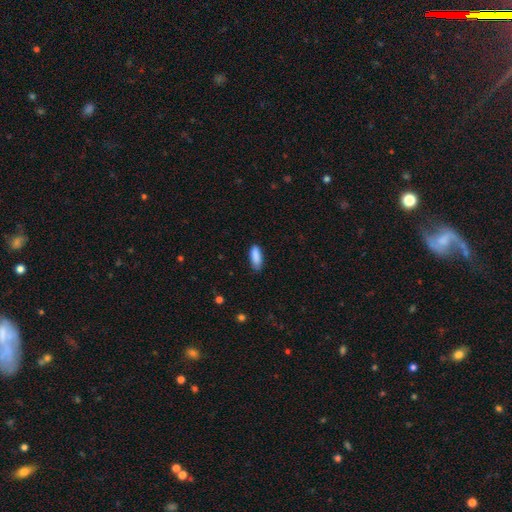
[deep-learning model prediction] smooth_or_featured: smooth (p=0.89) [alt: star or artifact p=0.06]
how_rounded: in between (p=0.70) [alt: cigar-shaped p=0.29]
merging: none (p=0.79) [alt: minor disturbance p=0.17]